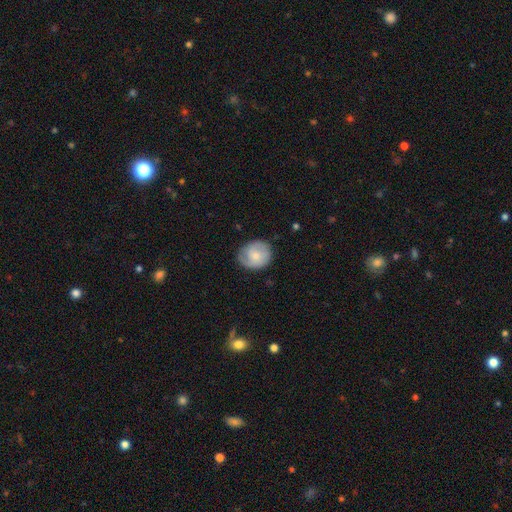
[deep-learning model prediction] Q: Smooth or featured?
A: smooth (54%); runner-up: featured or disk (39%)
Q: How rounded?
A: round (77%); runner-up: in between (22%)
Q: Merging?
A: none (75%); runner-up: minor disturbance (19%)